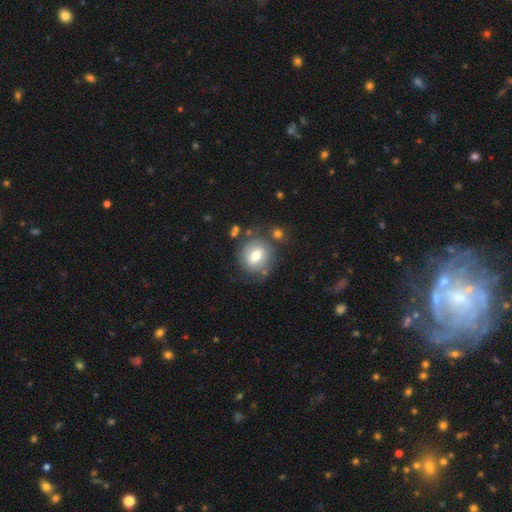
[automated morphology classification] type=smooth (61%); roundness=round (80%); merging=none (71%).